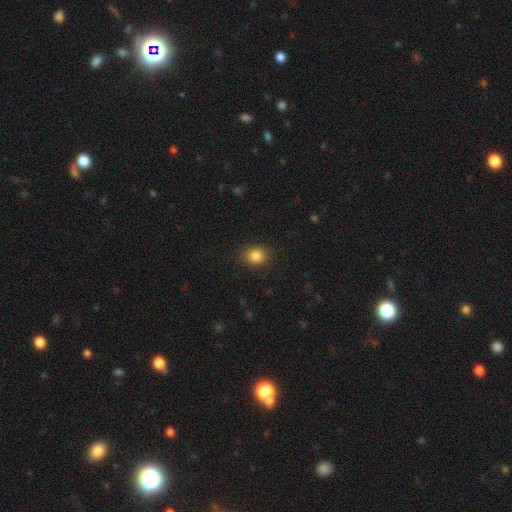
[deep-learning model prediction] Q: Smooth or featured?
A: smooth (84%); runner-up: star or artifact (11%)
Q: How rounded?
A: round (64%); runner-up: in between (35%)
Q: Merging?
A: none (88%); runner-up: minor disturbance (8%)